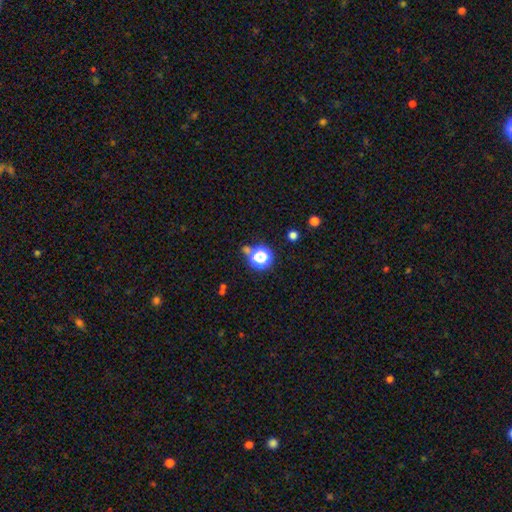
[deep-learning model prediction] Smooth or featured? star or artifact (58%)